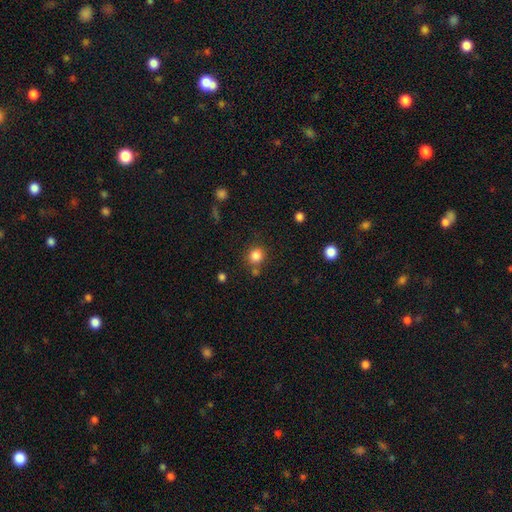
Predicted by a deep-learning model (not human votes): smooth_or_featured: smooth (p=0.84) [alt: star or artifact p=0.11]
how_rounded: round (p=0.83) [alt: in between p=0.16]
merging: none (p=0.76) [alt: minor disturbance p=0.11]